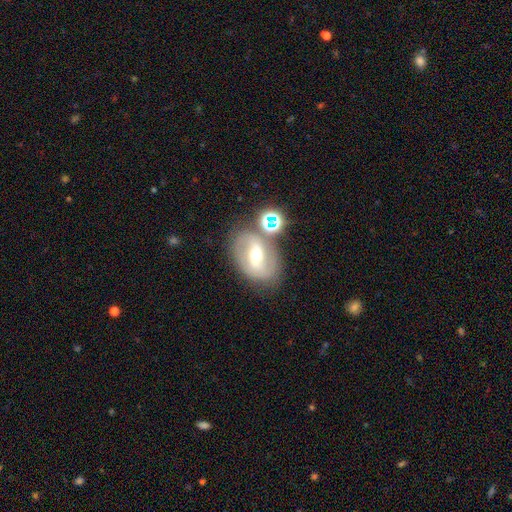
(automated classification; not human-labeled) Smooth or featured: featured or disk — 68% (smooth — 22%)
Edge-on disk: no — 95% (yes — 5%)
Bar: weak — 42% (strong — 37%)
Spiral arms: yes — 74% (no — 26%)
Bulge size: moderate — 66% (small — 27%)
Merging: none — 68% (minor disturbance — 15%)